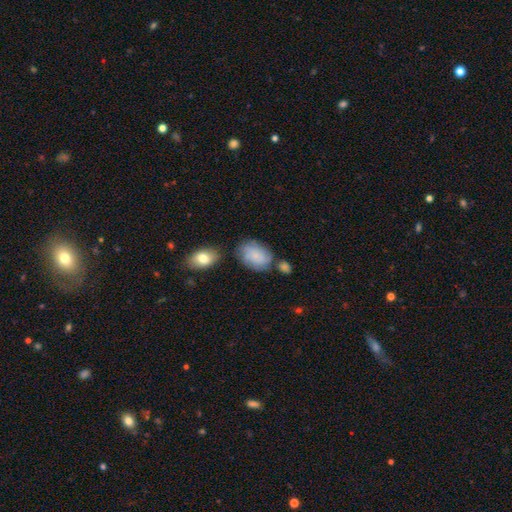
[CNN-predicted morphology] Overall: smooth (66%; featured or disk 26%). How rounded: in between (84%). Merging: none (57%; minor disturbance 24%).